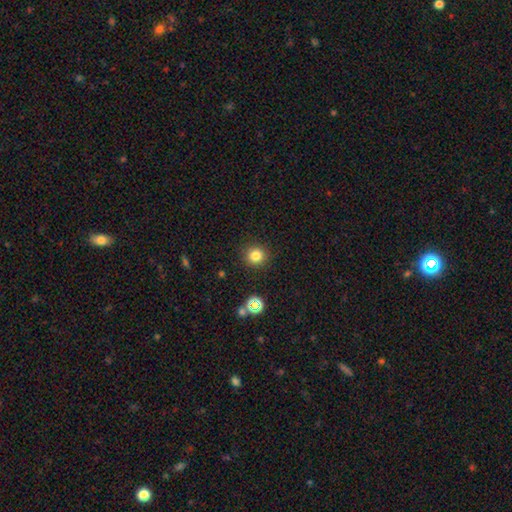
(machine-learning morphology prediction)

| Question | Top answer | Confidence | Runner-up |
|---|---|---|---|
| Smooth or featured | smooth | 81% | star or artifact (14%) |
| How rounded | round | 92% | in between (7%) |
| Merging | none | 90% | minor disturbance (6%) |